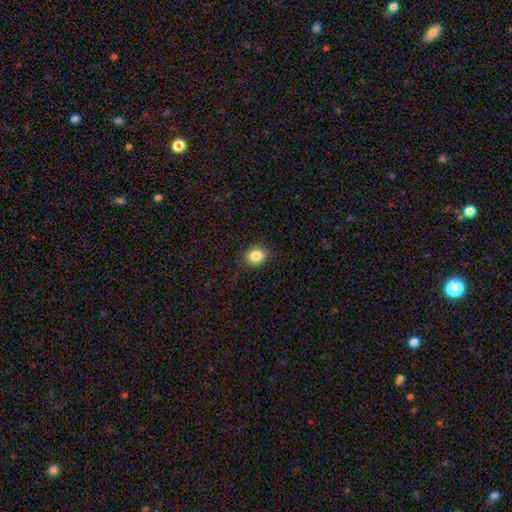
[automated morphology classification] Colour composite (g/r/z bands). It shows a smooth galaxy with no disk features (85%) that is round (59%). Merging: none (85%).